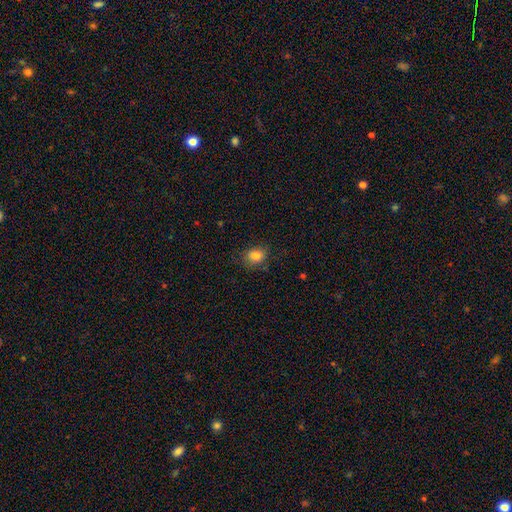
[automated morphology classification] smooth-or-featured: smooth: 83% | star or artifact: 11% | featured or disk: 7%
  how-rounded: round: 58% | in between: 41% | cigar-shaped: 1%
  merging: none: 80% | minor disturbance: 15% | major disturbance: 4% | merger: 1%